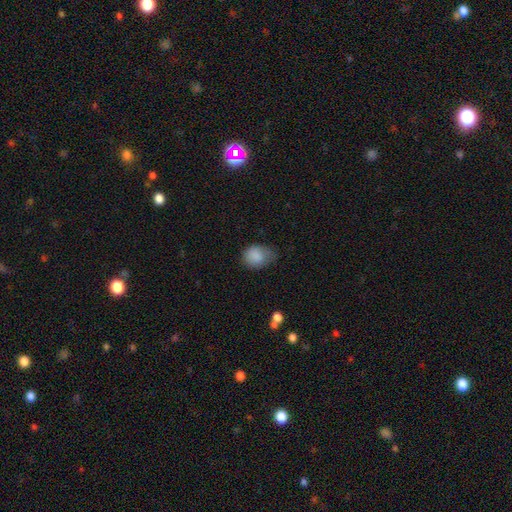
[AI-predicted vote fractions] smooth_or_featured: smooth (p=0.86) [alt: star or artifact p=0.08]
how_rounded: in between (p=0.51) [alt: round p=0.48]
merging: none (p=0.47) [alt: minor disturbance p=0.38]